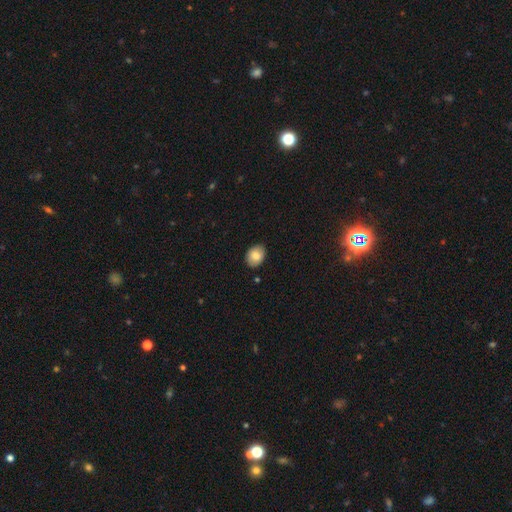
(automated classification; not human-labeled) Smooth or featured? smooth (83%)
How rounded? in between (69%)
Merging? none (86%)